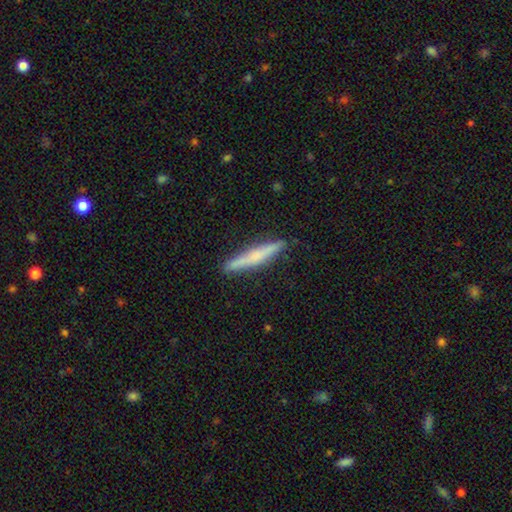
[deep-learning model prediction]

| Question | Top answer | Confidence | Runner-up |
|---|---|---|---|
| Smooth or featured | smooth | 50% | featured or disk (44%) |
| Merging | none | 88% | minor disturbance (9%) |